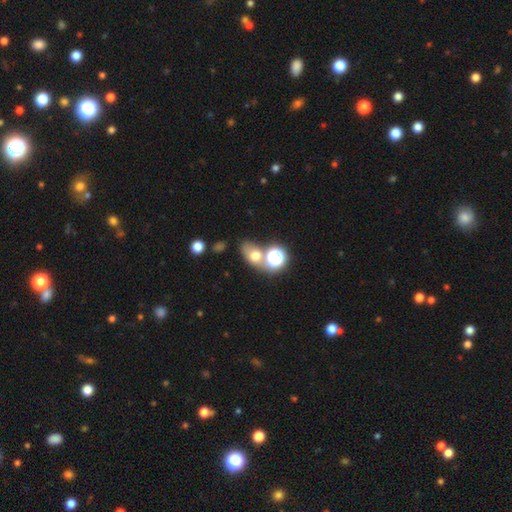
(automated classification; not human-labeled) A smooth galaxy with no disk features (63%) that is in between round and cigar-shaped (63%). Merging: none (46%).